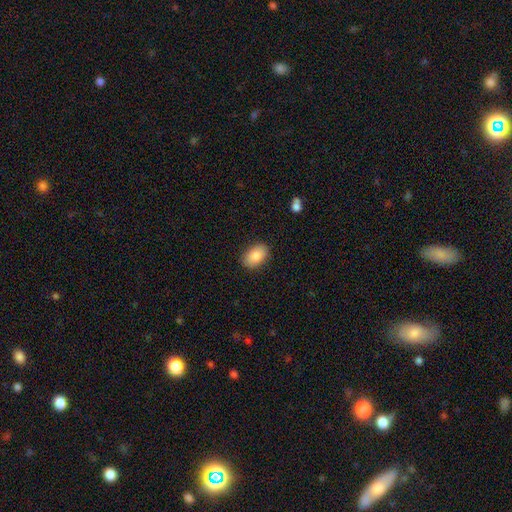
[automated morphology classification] A smooth galaxy with no disk features (86%) that is in between round and cigar-shaped (89%).

Vote fractions:
- Smooth or featured? smooth: 86% / featured or disk: 7% / star or artifact: 7%
- How rounded? in between: 89% / round: 10% / cigar-shaped: 1%
- Merging? none: 87% / minor disturbance: 10% / major disturbance: 2% / merger: 1%